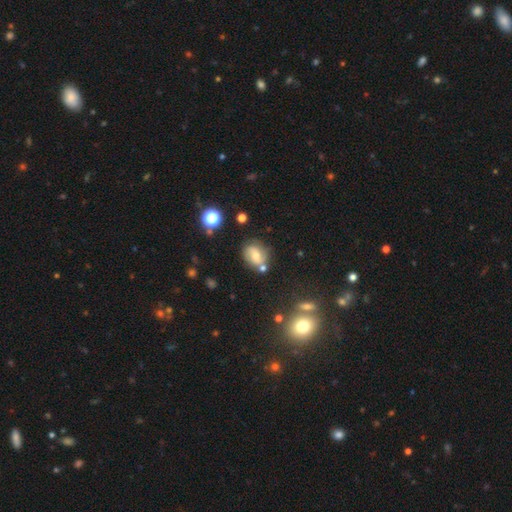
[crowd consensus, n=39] Overall: smooth (49%; featured or disk 44%). How rounded: round (63%; in between 37%). Merging: none (67%).